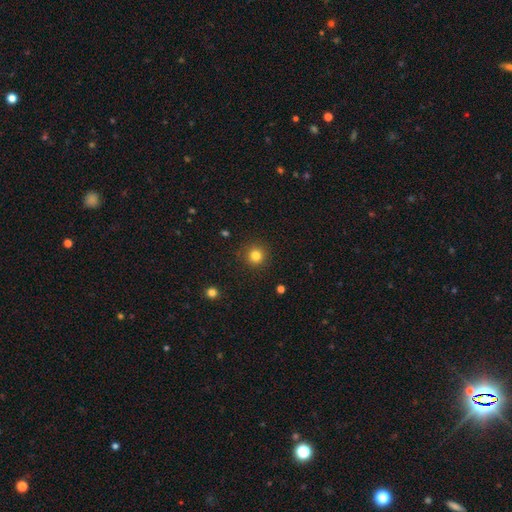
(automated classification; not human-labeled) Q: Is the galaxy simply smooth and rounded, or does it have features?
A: smooth — 82%.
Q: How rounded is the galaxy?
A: round — 94%.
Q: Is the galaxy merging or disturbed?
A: none — 89%.